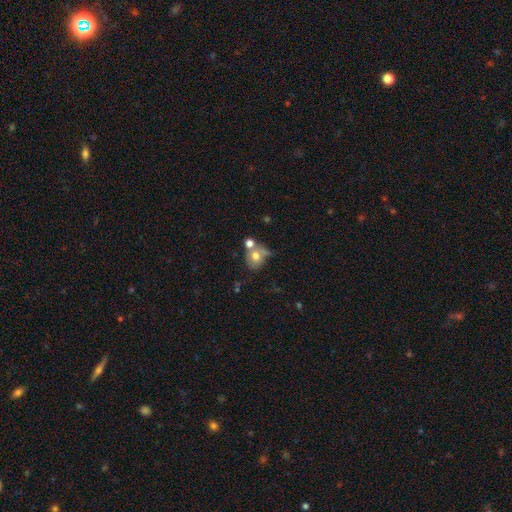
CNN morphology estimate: Smooth or featured? Predicted: smooth (p=0.66). How rounded? Predicted: round (p=0.66). Merging? Predicted: merger (p=0.36).